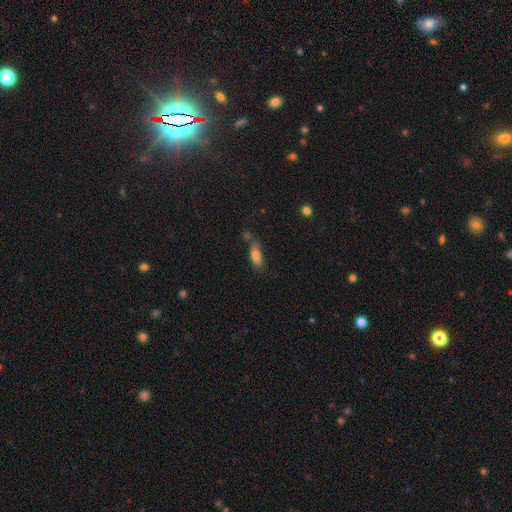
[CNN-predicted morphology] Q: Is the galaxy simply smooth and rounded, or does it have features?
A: smooth — 80%.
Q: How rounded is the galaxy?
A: in between — 70%.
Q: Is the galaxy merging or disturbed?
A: none — 54%.